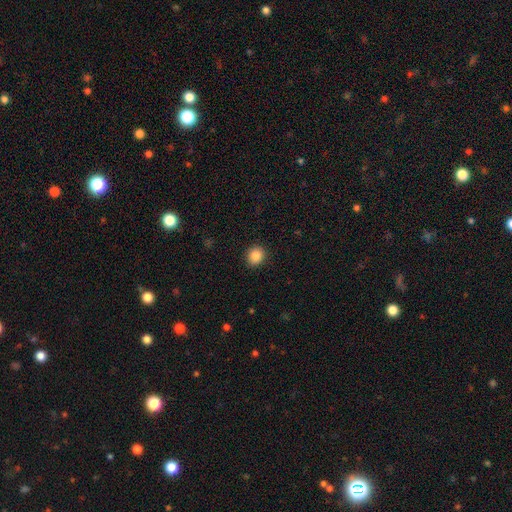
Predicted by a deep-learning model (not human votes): Smooth or featured? smooth (85%)
How rounded? round (80%)
Merging? none (91%)